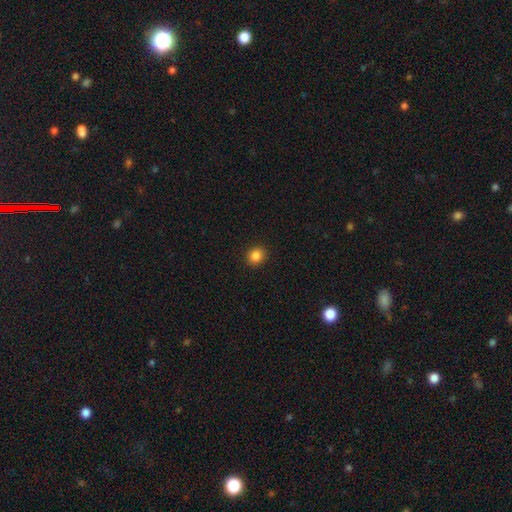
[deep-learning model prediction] This appears to be a smooth galaxy with no disk features (85%) that is round (82%). Merging: none (92%).